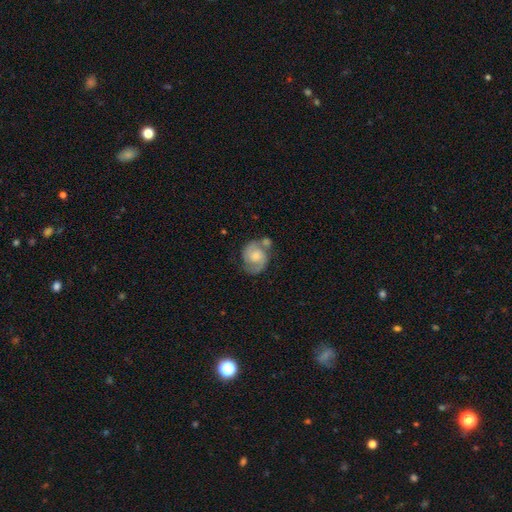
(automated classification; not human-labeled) A featured or disk galaxy (71%) with no bar (66%), 2 (87%) medium (50%) spiral arms (92%) and a moderate central bulge (45%). Merging: none (51%).